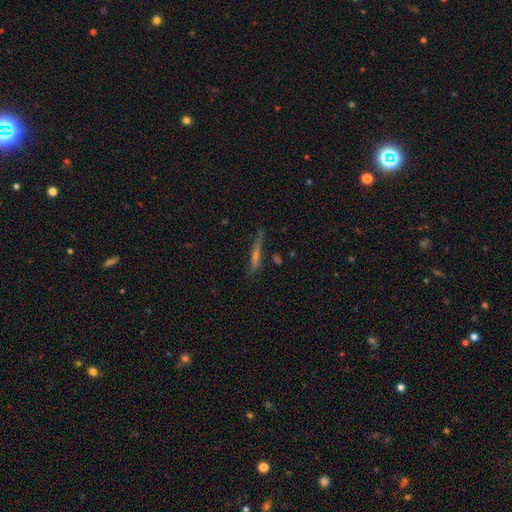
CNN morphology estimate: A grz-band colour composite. It shows a featured or disk galaxy (54%) viewed edge-on (92%) with a rounded central bulge (49%). Merging: none (80%).